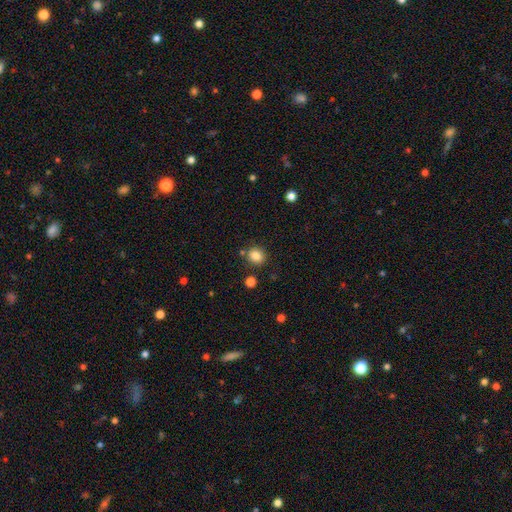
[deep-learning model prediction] Morphology: type=smooth (84%); roundness=round (79%); merging=none (81%).